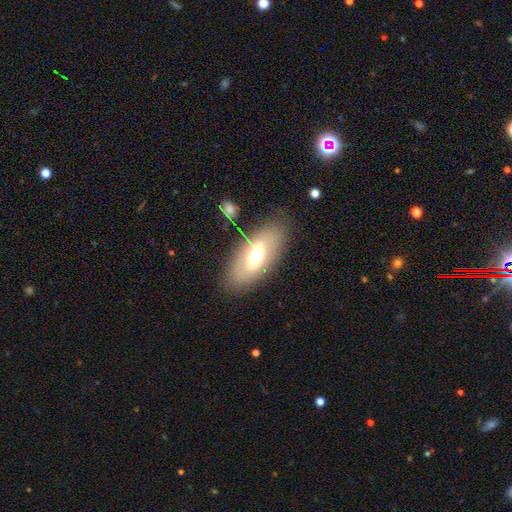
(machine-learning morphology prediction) The model was most divided on "smooth or featured": smooth: 57%, featured or disk: 34%, star or artifact: 9%. More confident: how rounded — in between (87%); merging — none (80%).